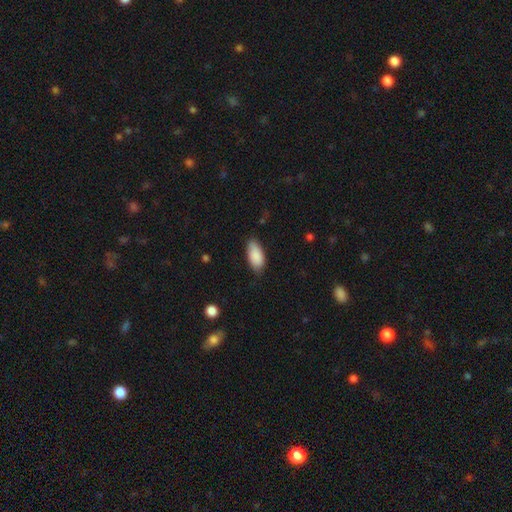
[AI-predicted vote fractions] smooth_or_featured: smooth (p=0.88) [alt: star or artifact p=0.06]
how_rounded: in between (p=0.90) [alt: cigar-shaped p=0.08]
merging: none (p=0.76) [alt: minor disturbance p=0.20]